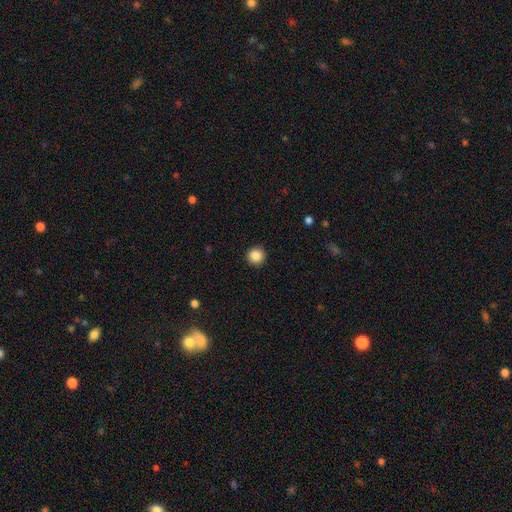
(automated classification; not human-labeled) smooth 87%, star or artifact 9%, featured or disk 4%. Down the decision tree: how rounded — round (95%); merging — none (92%).